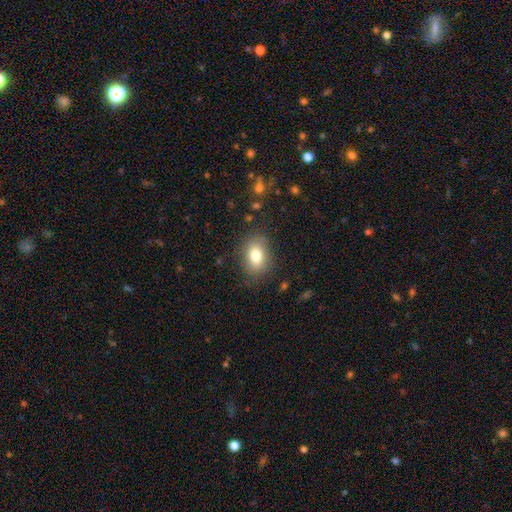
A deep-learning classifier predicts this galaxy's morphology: Smooth or featured?
  - smooth: 78% *
  - featured or disk: 12%
  - star or artifact: 10%
How rounded?
  - in between: 75% *
  - round: 24%
  - cigar-shaped: 2%
Merging?
  - none: 82% *
  - minor disturbance: 13%
  - major disturbance: 4%
  - merger: 1%